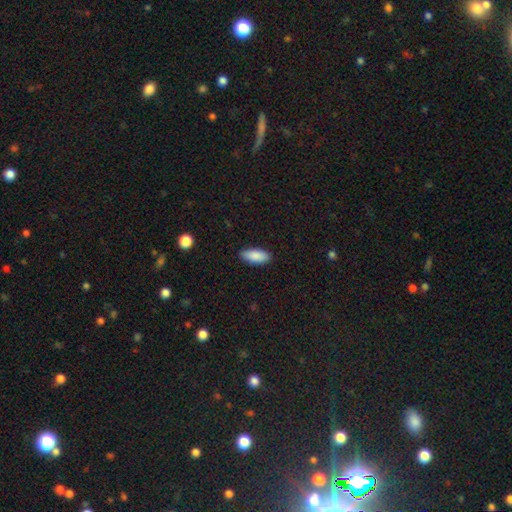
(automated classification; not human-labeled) Overall: smooth (89%). How rounded: in between (83%). Merging: none (89%).